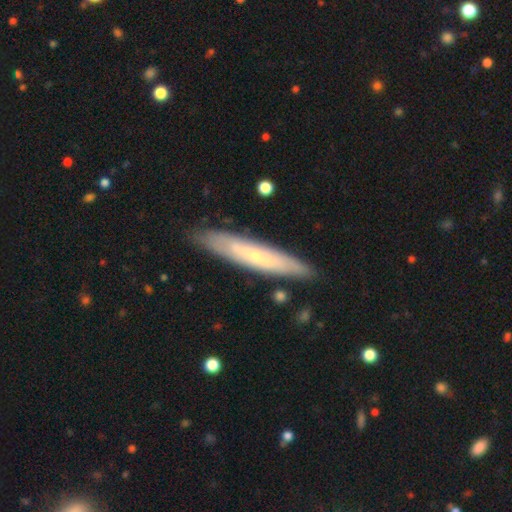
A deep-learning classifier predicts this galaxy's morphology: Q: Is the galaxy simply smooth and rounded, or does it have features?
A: featured or disk — 52%.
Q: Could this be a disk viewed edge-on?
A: yes — 64%.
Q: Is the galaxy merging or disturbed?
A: none — 84%.